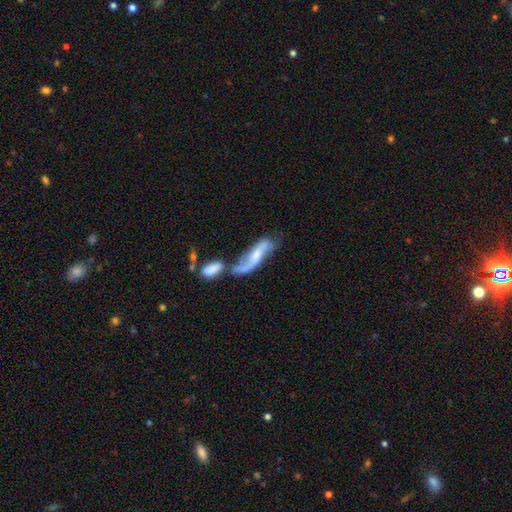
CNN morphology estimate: Smooth or featured?
  - featured or disk: 72% *
  - smooth: 21%
  - star or artifact: 7%
Edge-on disk?
  - no: 83% *
  - yes: 17%
Bar?
  - no: 42% *
  - weak: 39%
  - strong: 18%
Spiral arms?
  - yes: 87% *
  - no: 13%
Spiral winding?
  - loose: 82% *
  - medium: 14%
  - tight: 5%
Spiral arm count?
  - 2: 85% *
  - can't tell: 6%
  - 1: 6%
  - 3: 1%
  - 4: 1%
  - more than 4: 1%
Bulge size?
  - small: 41% *
  - moderate: 33%
  - none: 19%
  - large: 5%
  - dominant: 2%
Merging?
  - merger: 43% *
  - none: 28%
  - minor disturbance: 15%
  - major disturbance: 13%